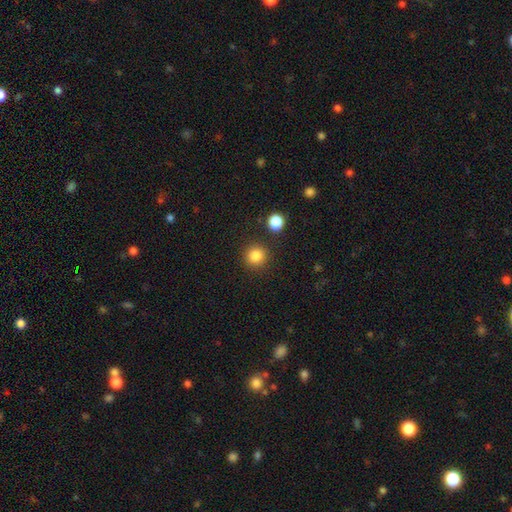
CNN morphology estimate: Smooth or featured? Predicted: smooth (p=0.85). How rounded? Predicted: round (p=0.94). Merging? Predicted: none (p=0.89).